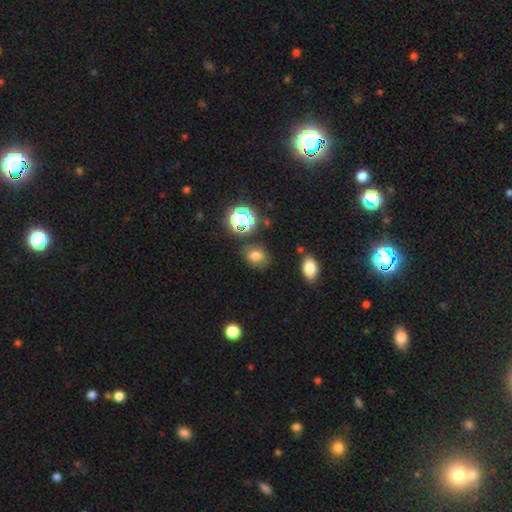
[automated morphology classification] smooth 67%, star or artifact 22%, featured or disk 11%. Down the decision tree: how rounded — in between (57%); merging — none (75%).